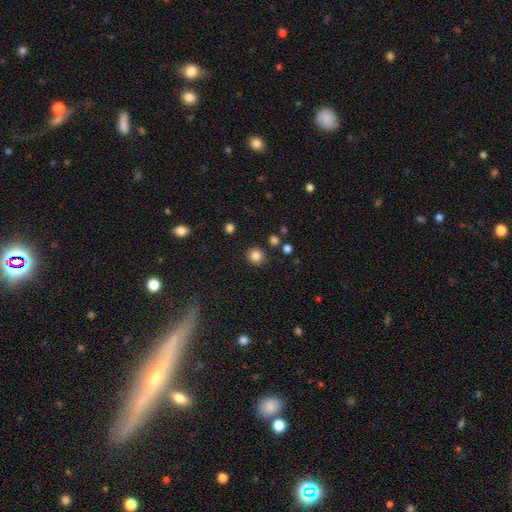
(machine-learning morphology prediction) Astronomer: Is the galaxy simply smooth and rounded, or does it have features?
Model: smooth — 84%.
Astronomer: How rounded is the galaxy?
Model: round — 92%.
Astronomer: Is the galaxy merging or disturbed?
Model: none — 89%.